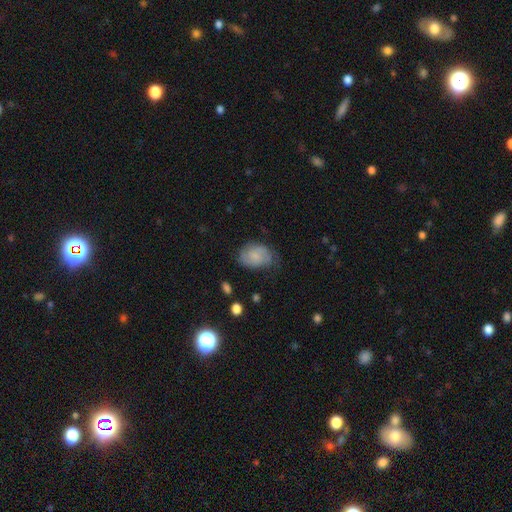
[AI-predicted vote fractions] Smooth or featured: smooth — 63% (featured or disk — 29%)
How rounded: in between — 72% (round — 27%)
Merging: none — 57% (minor disturbance — 31%)